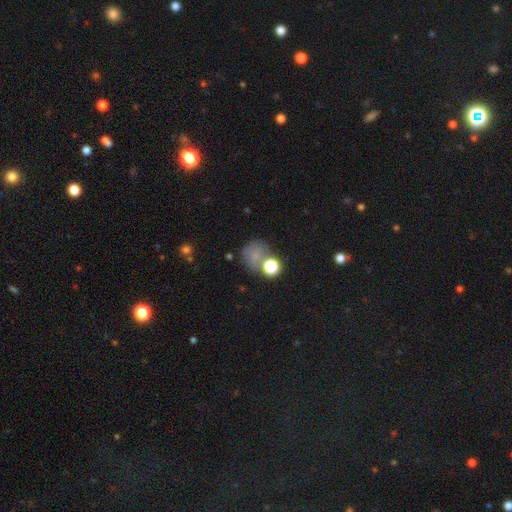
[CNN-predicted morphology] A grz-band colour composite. It shows a smooth galaxy with no disk features (66%) that is round (74%). Merging: none (48%).